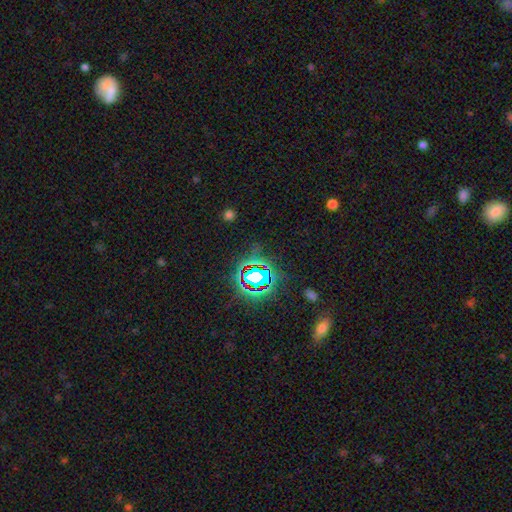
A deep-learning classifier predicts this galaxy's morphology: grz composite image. It shows a star or artifact, not a galaxy (77%).